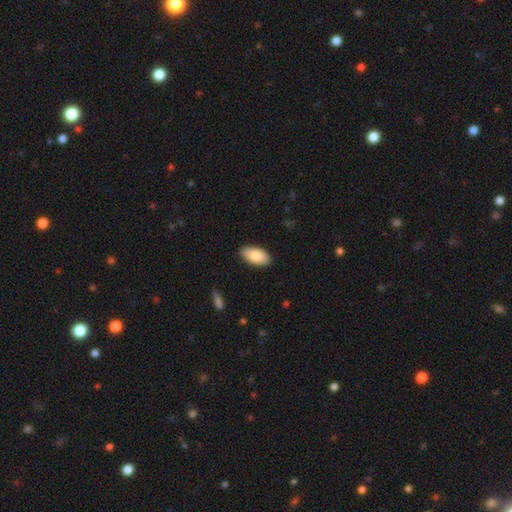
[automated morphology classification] Smooth or featured: smooth — 83% (featured or disk — 11%)
How rounded: in between — 94% (cigar-shaped — 4%)
Merging: none — 87% (minor disturbance — 10%)